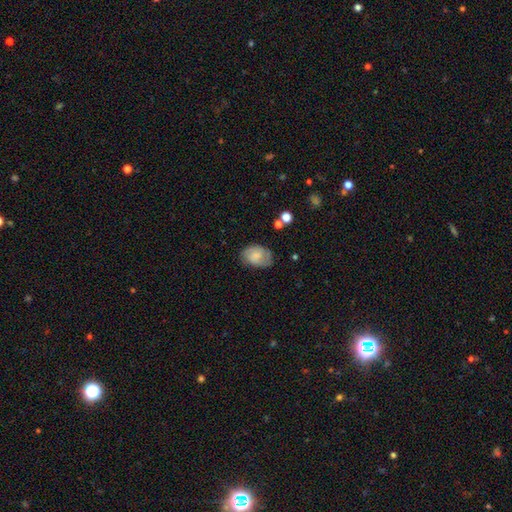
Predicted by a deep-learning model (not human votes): Morphology: type=smooth (66%); roundness=in between (79%); merging=none (63%).